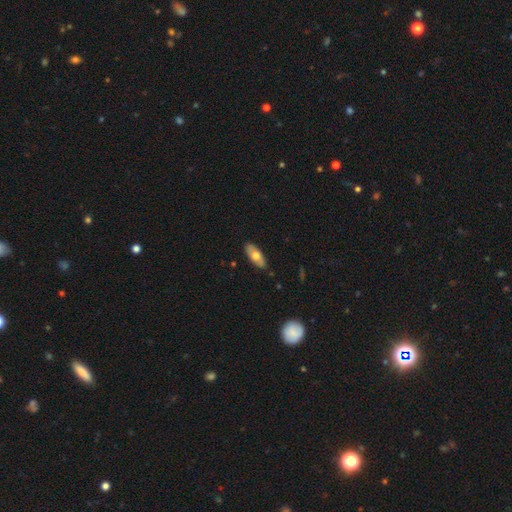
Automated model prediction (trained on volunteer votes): smooth 62%, featured or disk 32%, star or artifact 6%. Down the decision tree: how rounded — in between (80%); merging — none (86%).